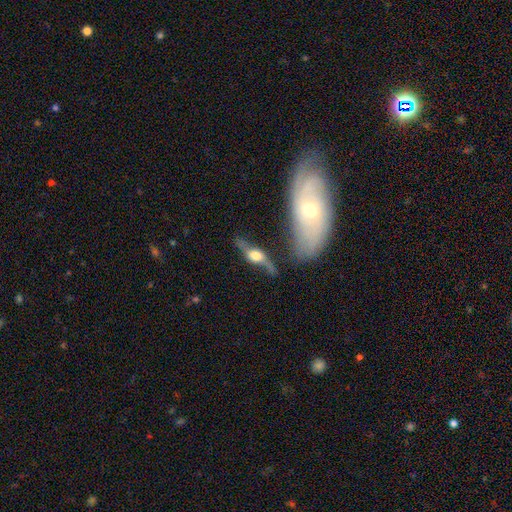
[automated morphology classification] This appears to be a featured or disk galaxy (73%) viewed edge-on (67%). Merging: none (54%).